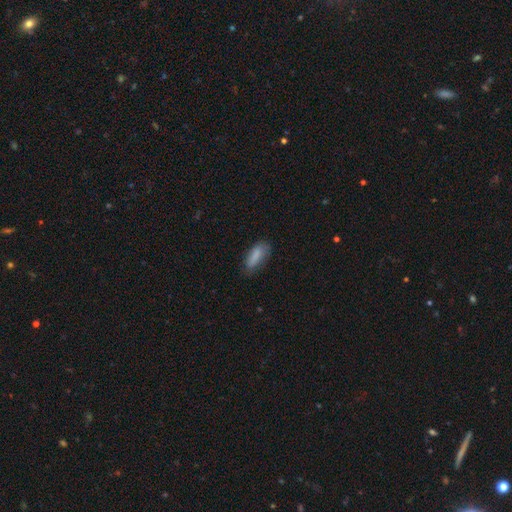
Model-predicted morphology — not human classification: smooth-or-featured: smooth: 85% | featured or disk: 9% | star or artifact: 7%
  how-rounded: in between: 70% | cigar-shaped: 28% | round: 2%
  merging: none: 70% | minor disturbance: 23% | major disturbance: 5% | merger: 1%